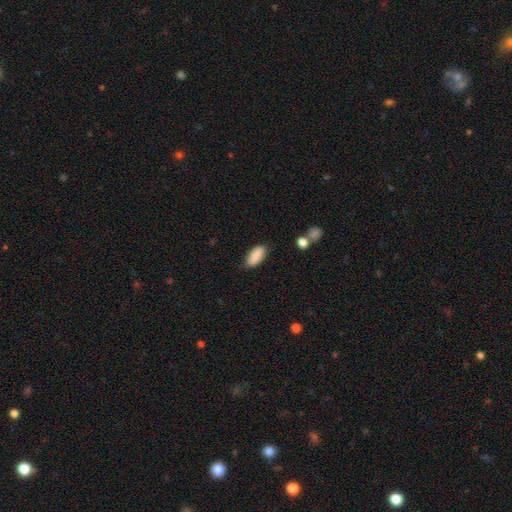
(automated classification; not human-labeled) smooth 86%, featured or disk 8%, star or artifact 7%. Down the decision tree: how rounded — in between (85%); merging — none (77%).